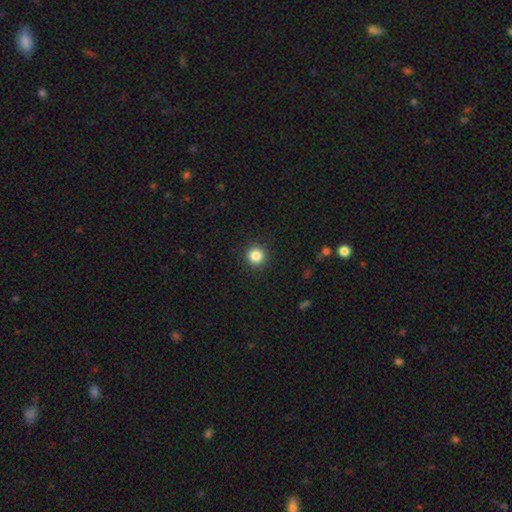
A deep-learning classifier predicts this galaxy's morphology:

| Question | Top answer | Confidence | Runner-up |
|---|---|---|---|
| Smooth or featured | smooth | 85% | star or artifact (11%) |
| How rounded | round | 95% | in between (4%) |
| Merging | none | 92% | minor disturbance (5%) |